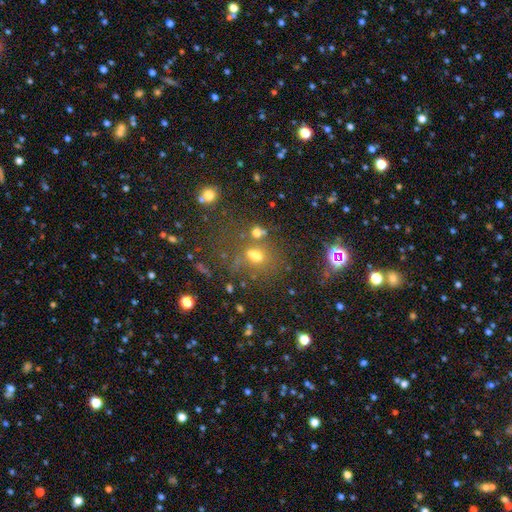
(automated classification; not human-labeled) smooth_or_featured: smooth (p=0.54) [alt: star or artifact p=0.30]
how_rounded: round (p=0.58) [alt: in between p=0.39]
merging: none (p=0.49) [alt: merger p=0.26]